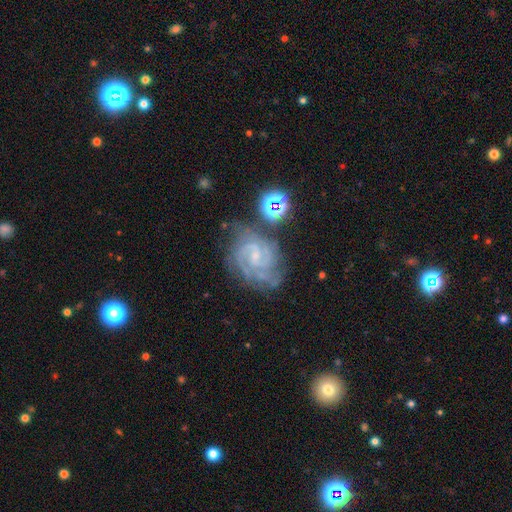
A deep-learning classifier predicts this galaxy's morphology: smooth-or-featured: featured or disk: 86% | star or artifact: 8% | smooth: 5%
  disk-edge-on: no: 98% | yes: 2%
    bar: weak: 51% | no: 36% | strong: 14%
    has-spiral-arms: yes: 98% | no: 2%
      spiral-winding: tight: 62% | medium: 33% | loose: 4%
      spiral-arm-count: 2: 40% | 3: 27% | can't tell: 15% | 4: 9% | more than 4: 5% | 1: 5%
    bulge-size: small: 70% | moderate: 15% | none: 13% | large: 1% | dominant: 1%
  merging: none: 64% | minor disturbance: 21% | major disturbance: 9% | merger: 5%